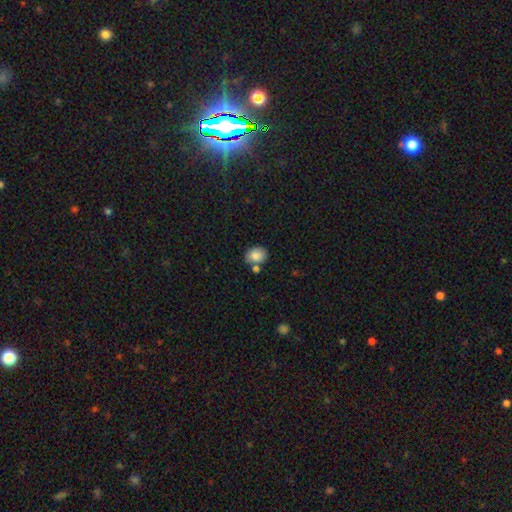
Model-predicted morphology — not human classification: Smooth or featured? Predicted: smooth (p=0.84). How rounded? Predicted: round (p=0.50). Merging? Predicted: none (p=0.65).